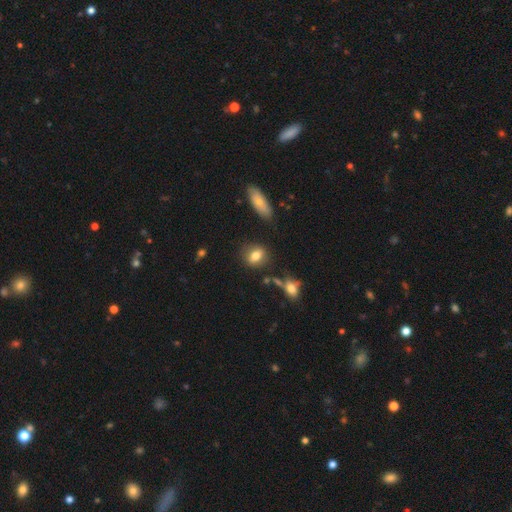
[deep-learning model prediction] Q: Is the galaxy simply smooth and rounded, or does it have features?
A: smooth — 76%.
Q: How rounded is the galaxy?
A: in between — 49%.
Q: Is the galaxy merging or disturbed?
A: none — 78%.